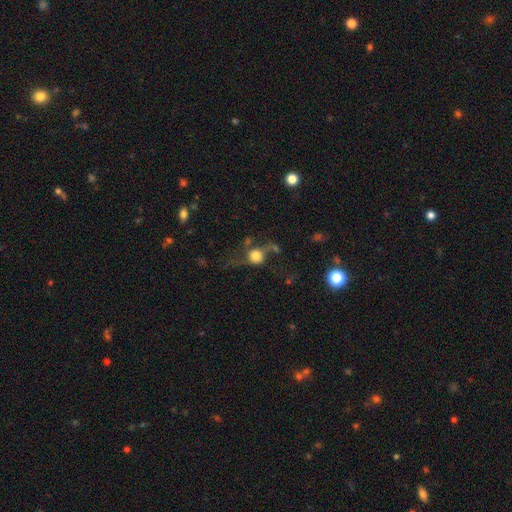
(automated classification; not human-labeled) Overall: smooth (53%; featured or disk 33%). How rounded: round (83%). Merging: none (43%; major disturbance 31%).